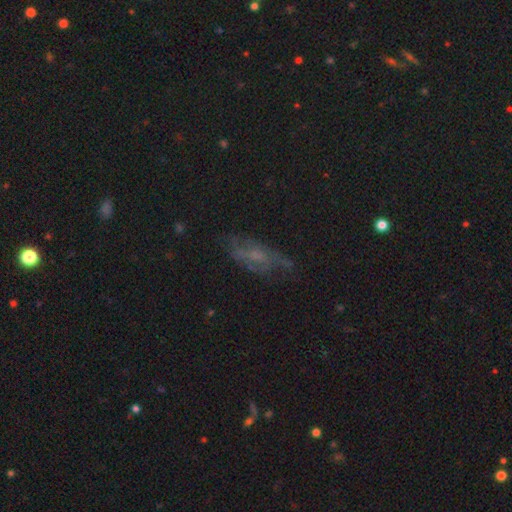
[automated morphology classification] Q: Smooth or featured?
A: featured or disk (49%); runner-up: smooth (31%)
Q: Merging?
A: none (58%); runner-up: minor disturbance (23%)